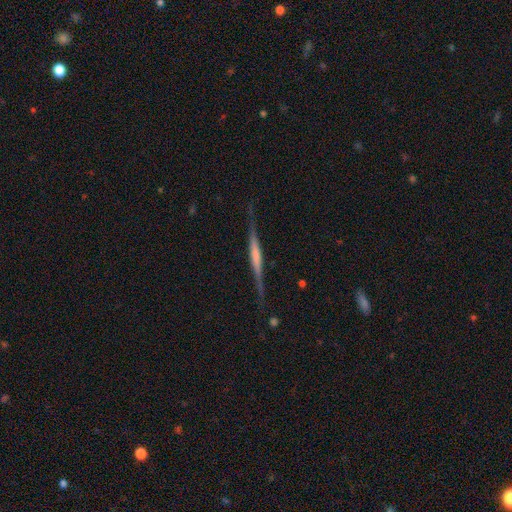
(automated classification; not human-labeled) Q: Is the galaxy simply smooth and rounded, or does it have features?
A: featured or disk — 71%.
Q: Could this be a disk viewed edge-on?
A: yes — 97%.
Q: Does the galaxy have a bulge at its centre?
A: none — 39%.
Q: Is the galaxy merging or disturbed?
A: none — 82%.